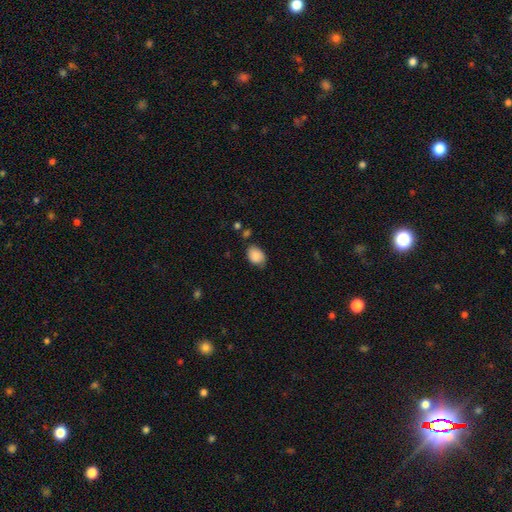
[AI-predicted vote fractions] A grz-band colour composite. It shows a smooth galaxy with no disk features (87%) that is in between round and cigar-shaped (76%). Merging: none (67%).